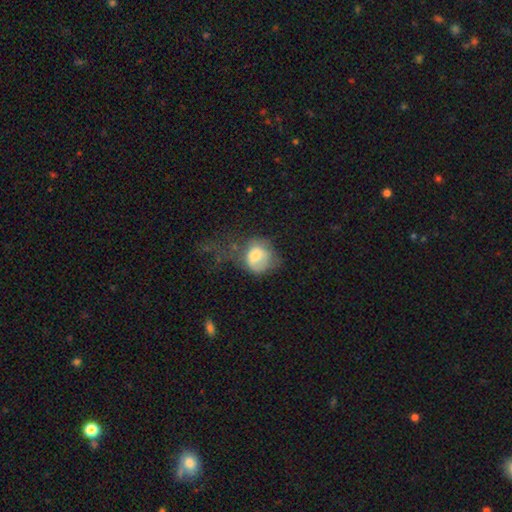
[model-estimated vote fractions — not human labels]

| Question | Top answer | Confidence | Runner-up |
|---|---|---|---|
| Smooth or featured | smooth | 66% | featured or disk (25%) |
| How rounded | round | 62% | in between (37%) |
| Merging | major disturbance | 44% | none (27%) |